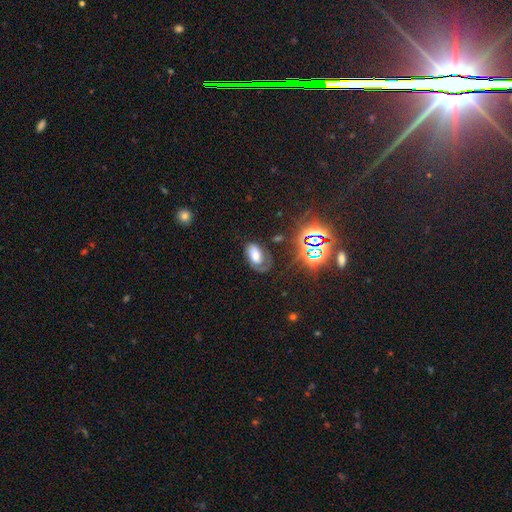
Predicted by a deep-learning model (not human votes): Smooth or featured? smooth (48%)
Merging? none (54%)